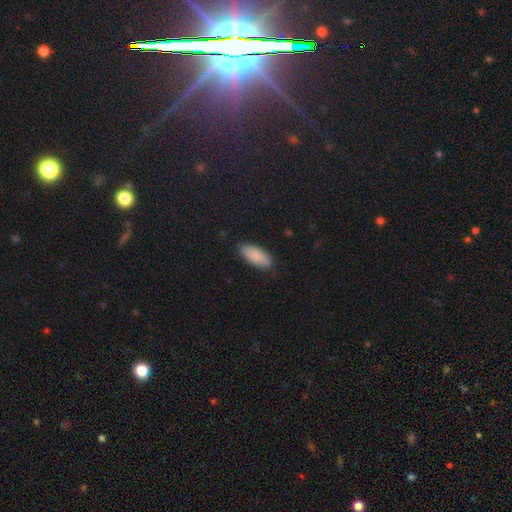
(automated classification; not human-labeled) The model was most divided on "how rounded": in between: 84%, cigar-shaped: 15%, round: 2%. More confident: smooth or featured — smooth (87%); merging — none (85%).